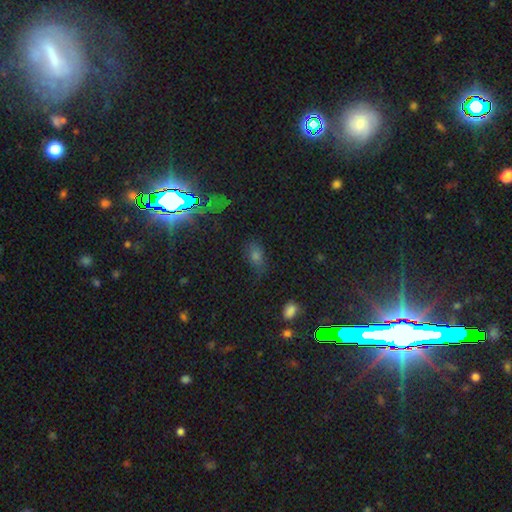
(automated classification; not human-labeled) Smooth or featured: smooth — 45% (star or artifact — 41%)
Merging: none — 68% (minor disturbance — 19%)